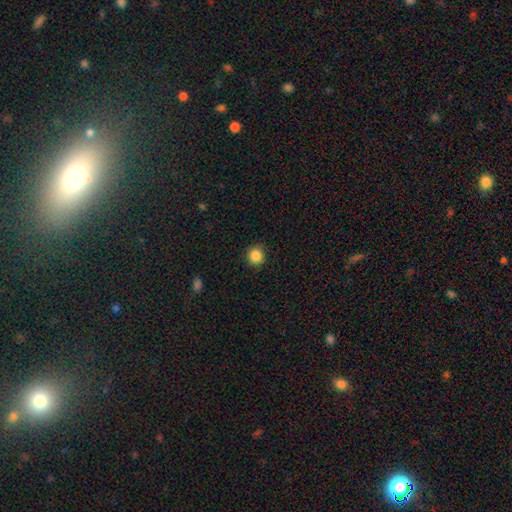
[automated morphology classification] Smooth or featured?
  - smooth: 86% *
  - star or artifact: 10%
  - featured or disk: 4%
How rounded?
  - round: 91% *
  - in between: 8%
  - cigar-shaped: 1%
Merging?
  - none: 86% *
  - minor disturbance: 11%
  - major disturbance: 2%
  - merger: 1%